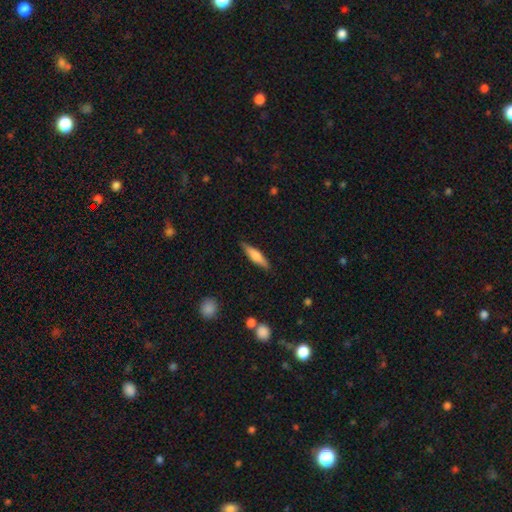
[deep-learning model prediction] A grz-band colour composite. It shows a smooth galaxy with no disk features (66%) that is cigar-shaped (75%). Merging: none (85%).